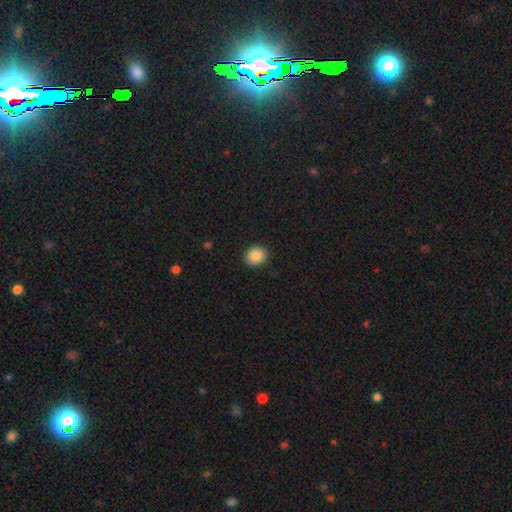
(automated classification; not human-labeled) smooth 87%, star or artifact 8%, featured or disk 4%. Down the decision tree: how rounded — round (78%); merging — none (91%).